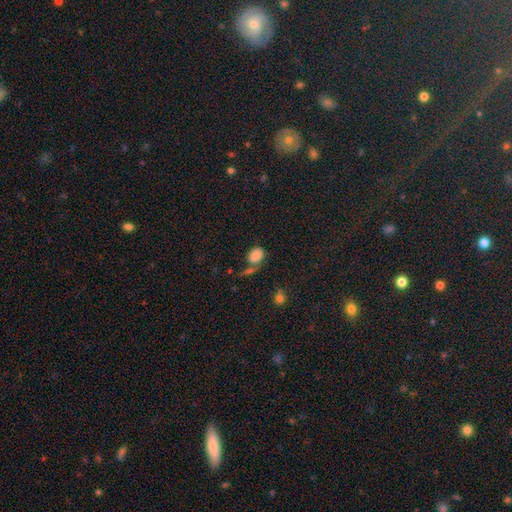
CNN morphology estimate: Smooth or featured: smooth — 80% (star or artifact — 13%)
How rounded: in between — 75% (round — 23%)
Merging: none — 45% (merger — 27%)